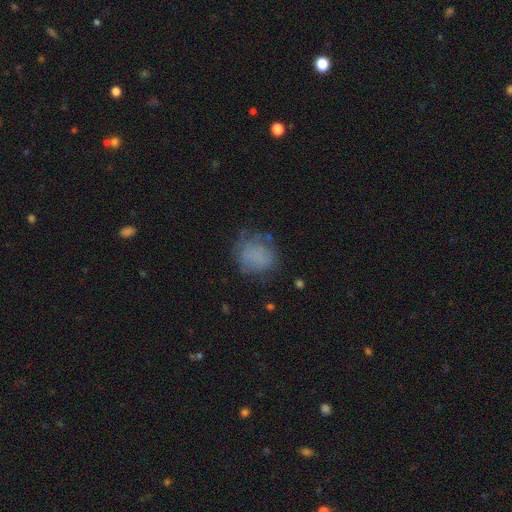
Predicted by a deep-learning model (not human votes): smooth-or-featured: smooth: 69% | featured or disk: 18% | star or artifact: 12%
  how-rounded: round: 73% | in between: 26% | cigar-shaped: 1%
  merging: none: 59% | minor disturbance: 24% | major disturbance: 15% | merger: 3%